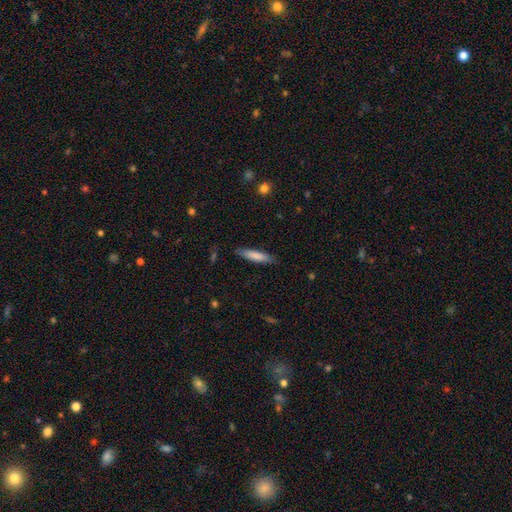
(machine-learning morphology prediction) A smooth galaxy with no disk features (80%) that is cigar-shaped (83%). Merging: none (85%).